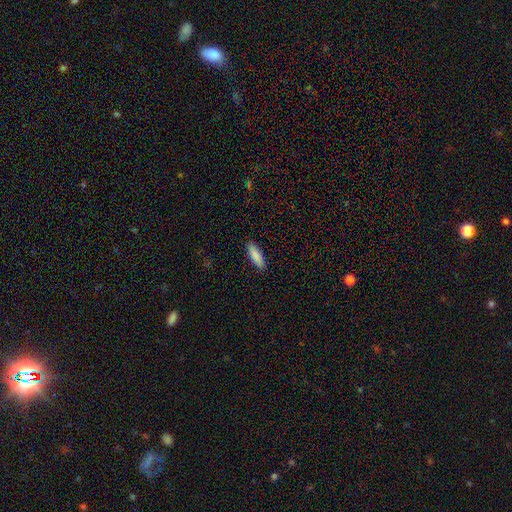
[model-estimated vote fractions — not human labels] Smooth or featured: smooth — 88% (star or artifact — 6%)
How rounded: in between — 49% (tied with cigar-shaped — 49%)
Merging: none — 89% (minor disturbance — 8%)